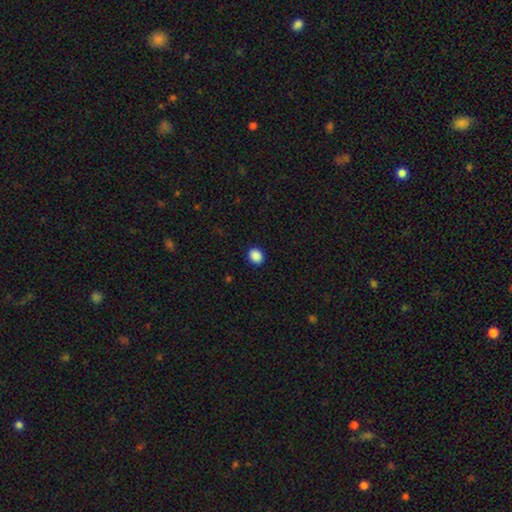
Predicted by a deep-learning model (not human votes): The model was most divided on "how rounded": round: 61%, in between: 38%, cigar-shaped: 1%. More confident: merging — none (91%); smooth or featured — smooth (89%).